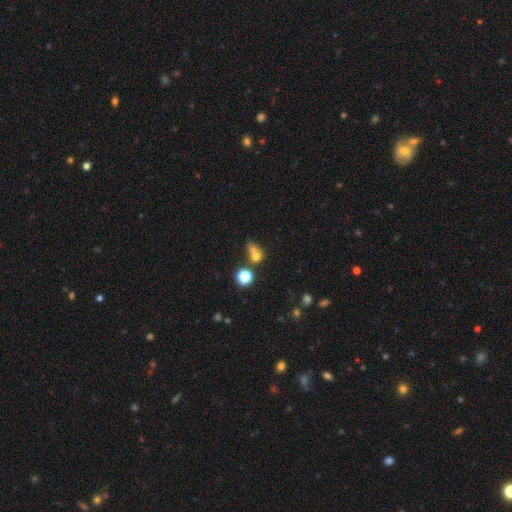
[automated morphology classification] smooth-or-featured: smooth: 66% | star or artifact: 19% | featured or disk: 15%
  how-rounded: round: 66% | in between: 31% | cigar-shaped: 3%
  merging: merger: 49% | none: 31% | minor disturbance: 11% | major disturbance: 9%